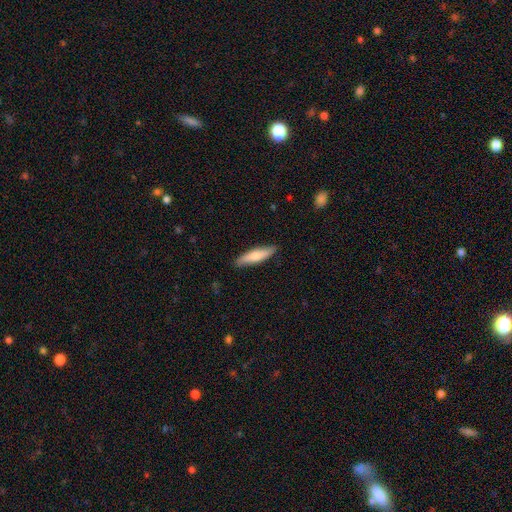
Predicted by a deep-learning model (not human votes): smooth_or_featured: smooth (p=0.71) [alt: featured or disk p=0.24]
how_rounded: cigar-shaped (p=0.74) [alt: in between p=0.24]
merging: none (p=0.88) [alt: minor disturbance p=0.10]